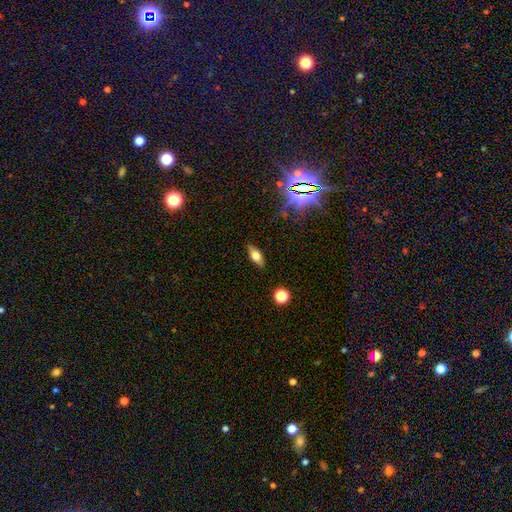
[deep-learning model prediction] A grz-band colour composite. It shows a smooth galaxy with no disk features (60%) that is in between round and cigar-shaped (76%). Merging: none (84%).